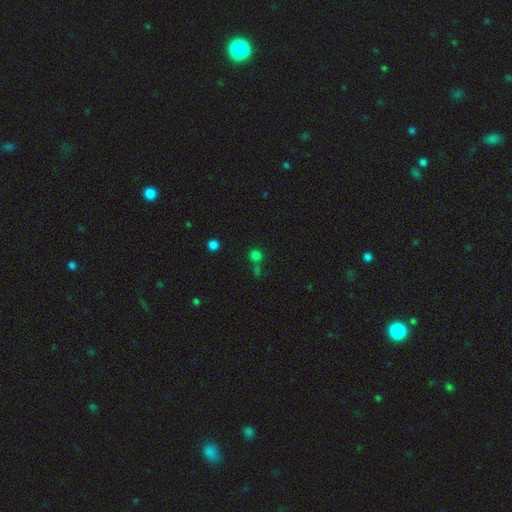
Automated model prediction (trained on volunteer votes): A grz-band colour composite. It shows a smooth galaxy with no disk features (71%) that is round (91%). Merging: none (65%).